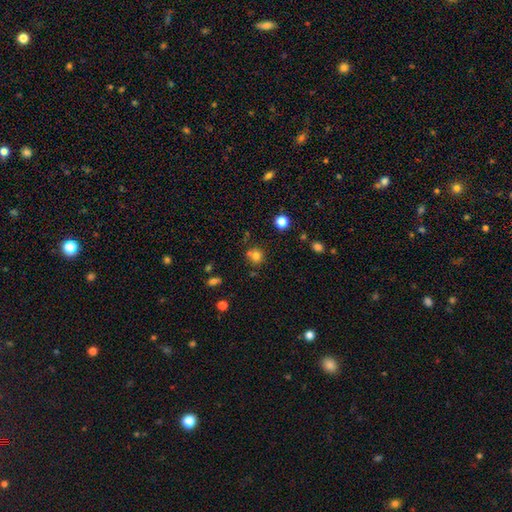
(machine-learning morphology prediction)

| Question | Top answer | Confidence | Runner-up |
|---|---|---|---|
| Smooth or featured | smooth | 76% | star or artifact (15%) |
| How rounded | round | 86% | in between (13%) |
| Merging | none | 62% | merger (24%) |